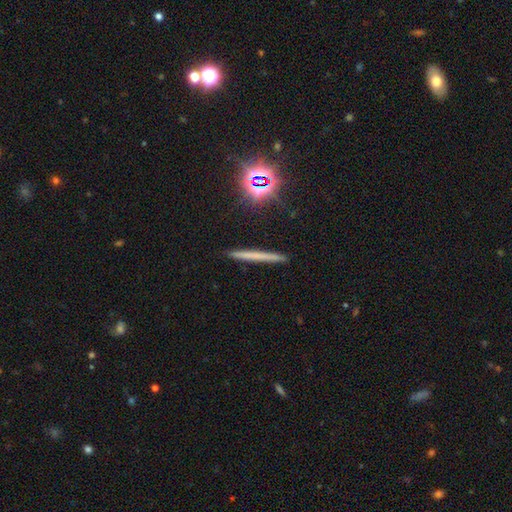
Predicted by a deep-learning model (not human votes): Smooth or featured?
  - smooth: 50% *
  - featured or disk: 32%
  - star or artifact: 18%
Merging?
  - none: 90% *
  - minor disturbance: 7%
  - major disturbance: 1%
  - merger: 1%